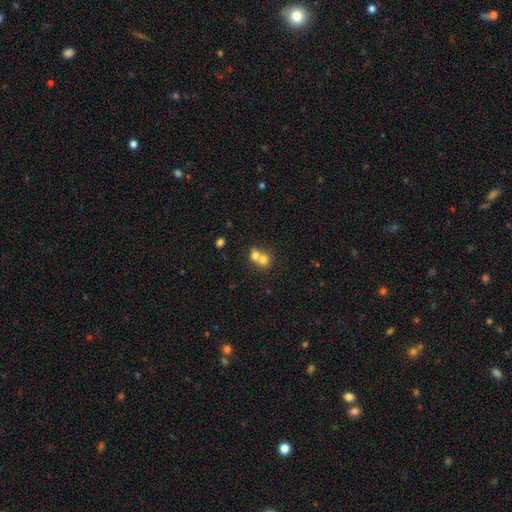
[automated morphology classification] Overall: smooth (70%). How rounded: round (77%). Merging: merger (65%; none 28%).